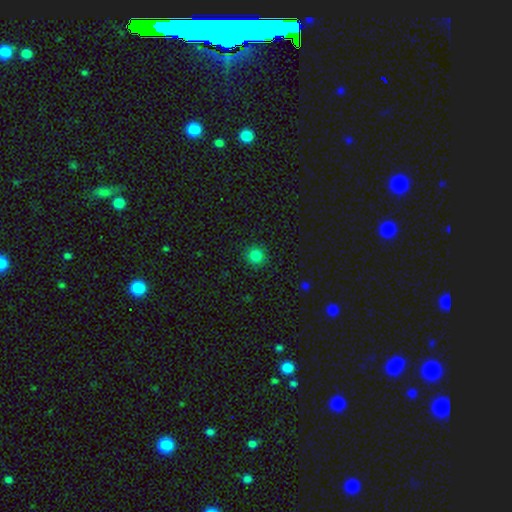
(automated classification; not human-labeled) smooth_or_featured: smooth (p=0.83) [alt: star or artifact p=0.13]
how_rounded: round (p=0.93) [alt: in between p=0.06]
merging: none (p=0.90) [alt: minor disturbance p=0.07]